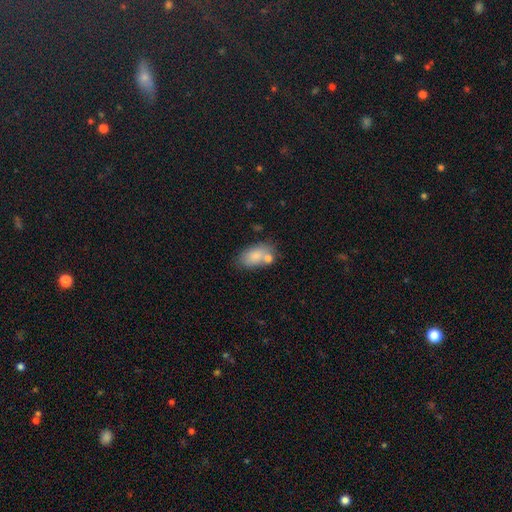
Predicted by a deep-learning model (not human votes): A smooth galaxy with no disk features (82%) that is in between round and cigar-shaped (91%).

Vote fractions:
- Smooth or featured? smooth: 82% / featured or disk: 11% / star or artifact: 7%
- How rounded? in between: 91% / round: 7% / cigar-shaped: 2%
- Merging? none: 60% / merger: 18% / minor disturbance: 17% / major disturbance: 5%